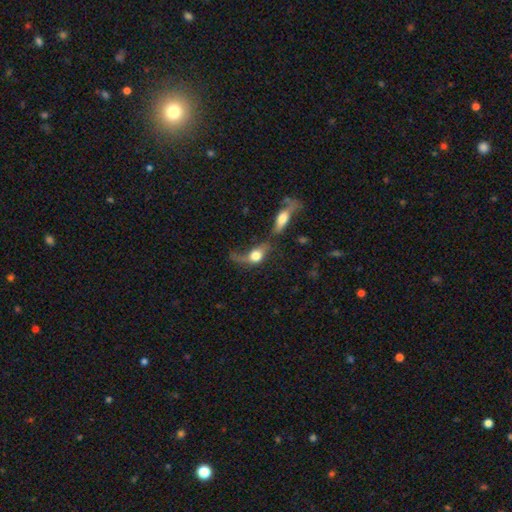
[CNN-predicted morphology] type=smooth (57%); roundness=in between (64%); merging=merger (36%).